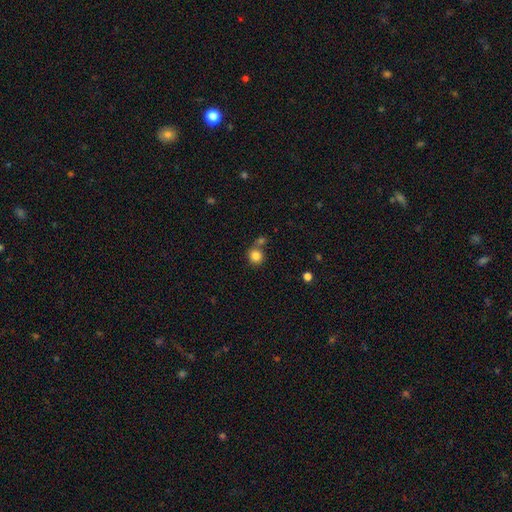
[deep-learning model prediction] smooth-or-featured: smooth: 83% | star or artifact: 11% | featured or disk: 6%
  how-rounded: round: 88% | in between: 11% | cigar-shaped: 1%
  merging: none: 64% | merger: 23% | minor disturbance: 10% | major disturbance: 3%